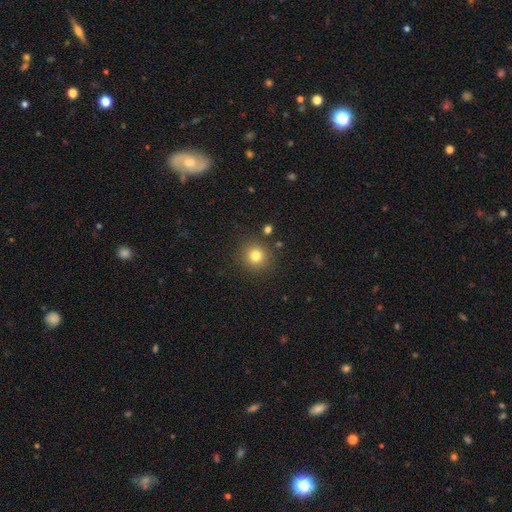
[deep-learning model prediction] smooth_or_featured: smooth (p=0.79) [alt: star or artifact p=0.13]
how_rounded: round (p=0.93) [alt: in between p=0.06]
merging: none (p=0.87) [alt: minor disturbance p=0.07]